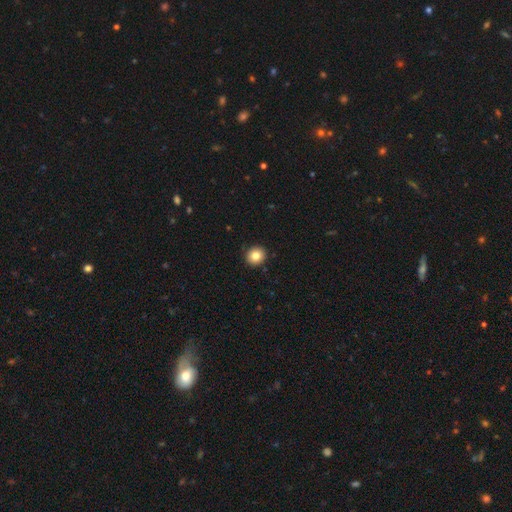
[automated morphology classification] The model was most divided on "smooth or featured": smooth: 83%, star or artifact: 10%, featured or disk: 7%. More confident: merging — none (91%); how rounded — round (88%).